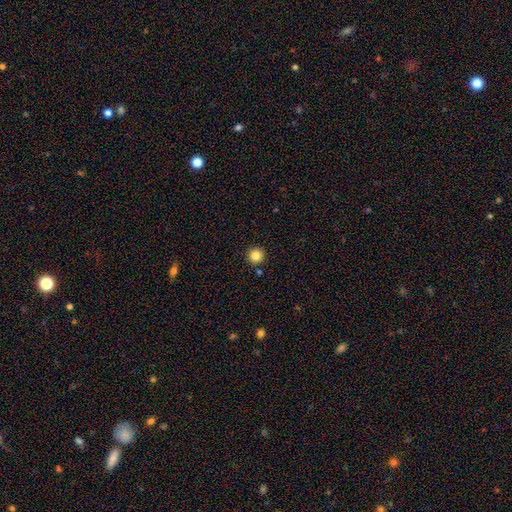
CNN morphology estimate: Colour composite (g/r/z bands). It shows a smooth galaxy with no disk features (84%) that is round (96%). Merging: none (89%).